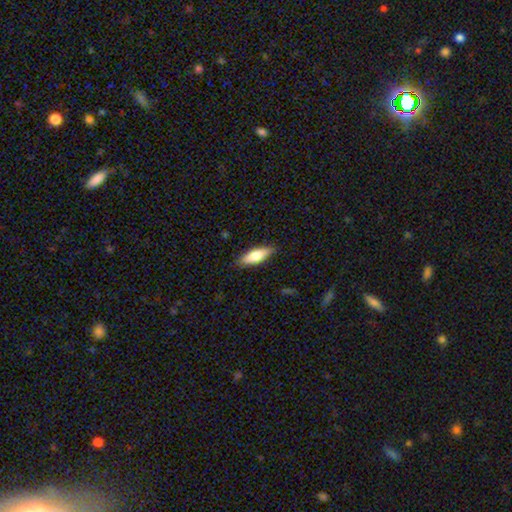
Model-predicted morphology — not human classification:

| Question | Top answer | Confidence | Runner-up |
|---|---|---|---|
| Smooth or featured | smooth | 69% | featured or disk (25%) |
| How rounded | in between | 55% | cigar-shaped (43%) |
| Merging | none | 87% | minor disturbance (10%) |